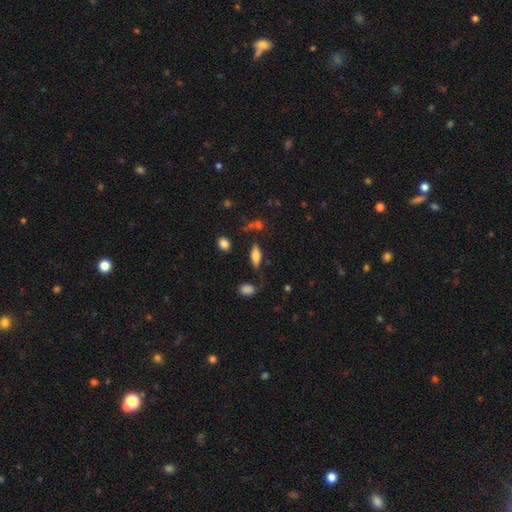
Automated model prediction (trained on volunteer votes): A smooth galaxy with no disk features (61%) that is in between round and cigar-shaped (69%). Merging: none (73%).